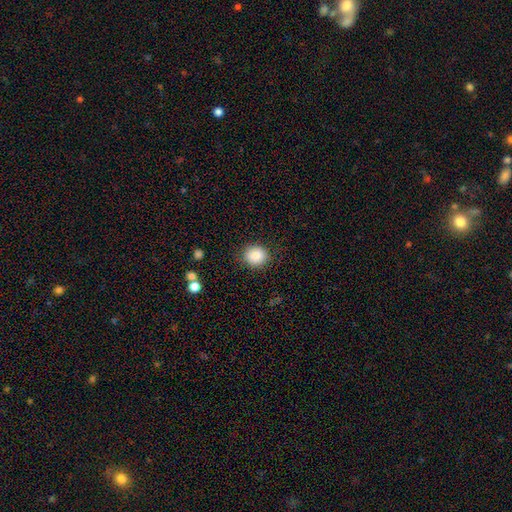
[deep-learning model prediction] Morphology: type=smooth (84%); roundness=round (83%); merging=none (87%).